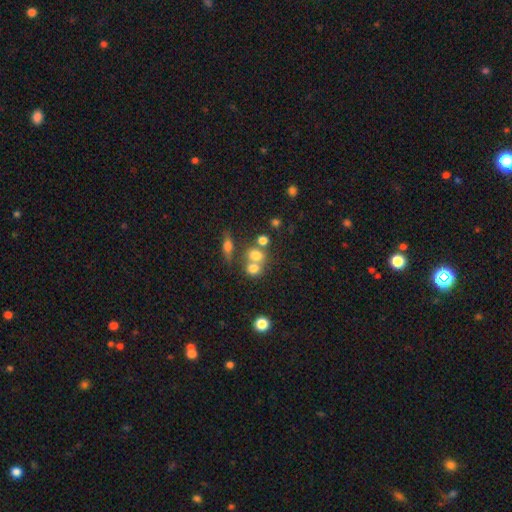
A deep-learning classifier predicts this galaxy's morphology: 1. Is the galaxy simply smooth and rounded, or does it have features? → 70% smooth, 16% featured or disk, 14% star or artifact.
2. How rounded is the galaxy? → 65% round, 33% in between, 2% cigar-shaped.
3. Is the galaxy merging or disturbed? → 50% merger, 36% none, 8% minor disturbance, 5% major disturbance.